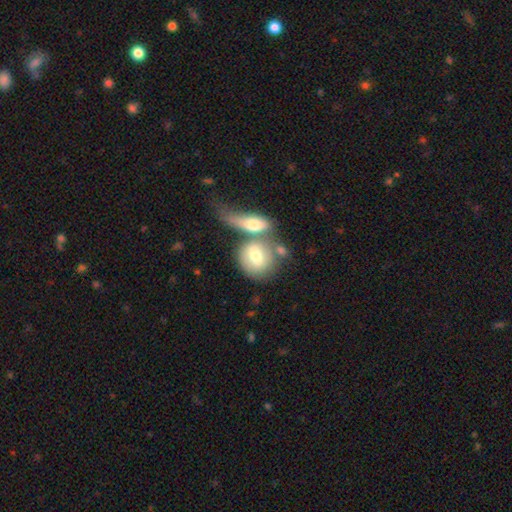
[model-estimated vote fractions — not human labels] smooth_or_featured: smooth (p=0.66) [alt: featured or disk p=0.28]
how_rounded: round (p=0.53) [alt: in between p=0.42]
merging: merger (p=0.45) [alt: none p=0.36]